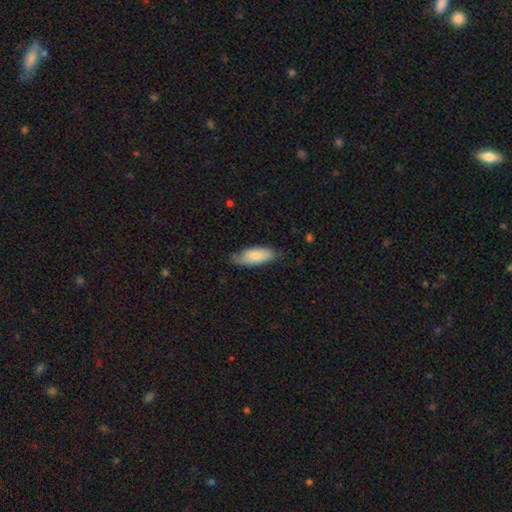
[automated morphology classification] type=smooth (76%); roundness=in between (79%); merging=none (65%).